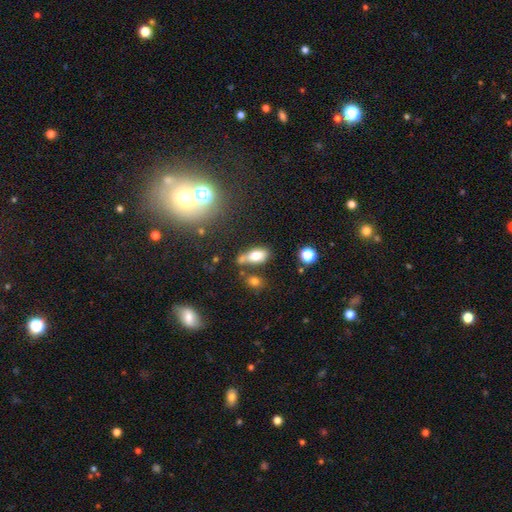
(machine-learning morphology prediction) Overall: smooth (73%). How rounded: in between (85%). Merging: none (49%; merger 23%).